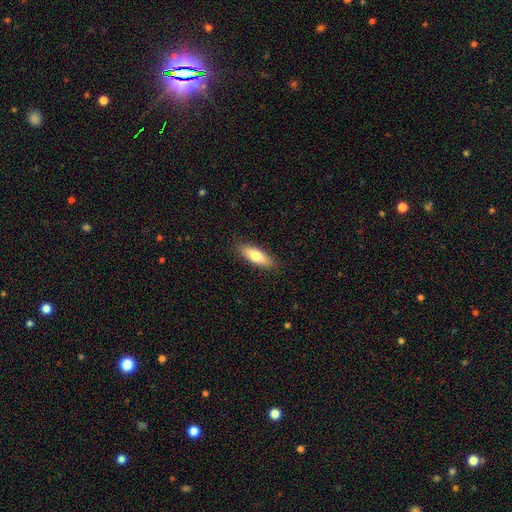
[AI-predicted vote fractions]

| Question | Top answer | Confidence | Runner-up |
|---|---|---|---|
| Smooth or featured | smooth | 77% | featured or disk (17%) |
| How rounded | in between | 61% | cigar-shaped (37%) |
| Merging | none | 88% | minor disturbance (9%) |